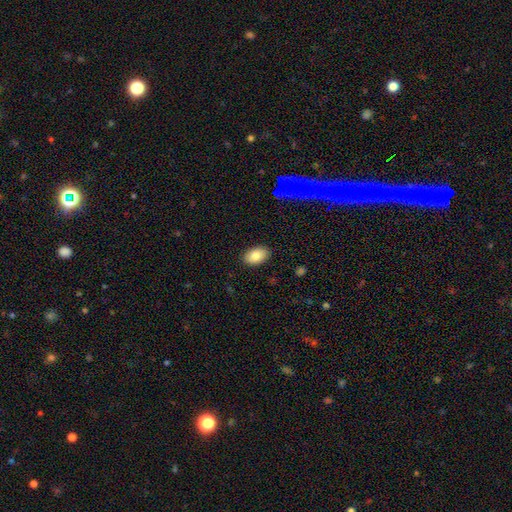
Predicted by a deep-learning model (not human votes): smooth 82%, featured or disk 10%, star or artifact 8%. Down the decision tree: how rounded — in between (92%); merging — none (88%).